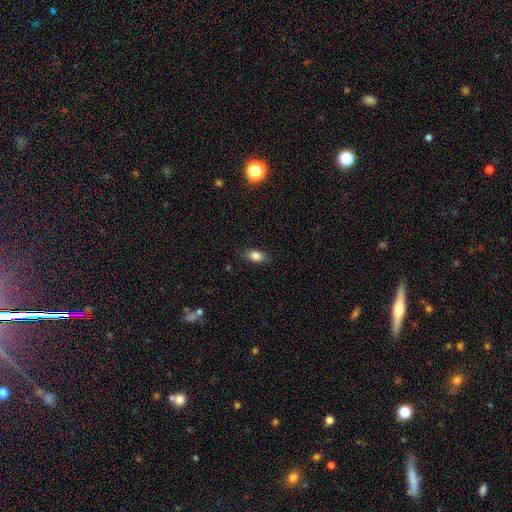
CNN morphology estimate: Overall: smooth (84%). How rounded: in between (87%). Merging: none (84%).